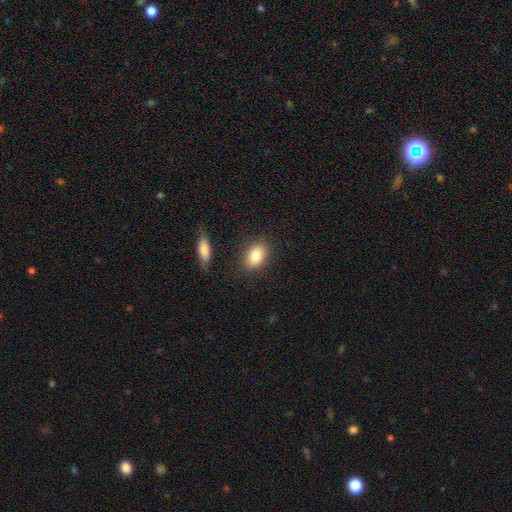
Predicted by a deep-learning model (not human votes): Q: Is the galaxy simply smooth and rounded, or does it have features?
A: smooth — 84%.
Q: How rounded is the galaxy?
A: in between — 82%.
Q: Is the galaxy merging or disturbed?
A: none — 83%.